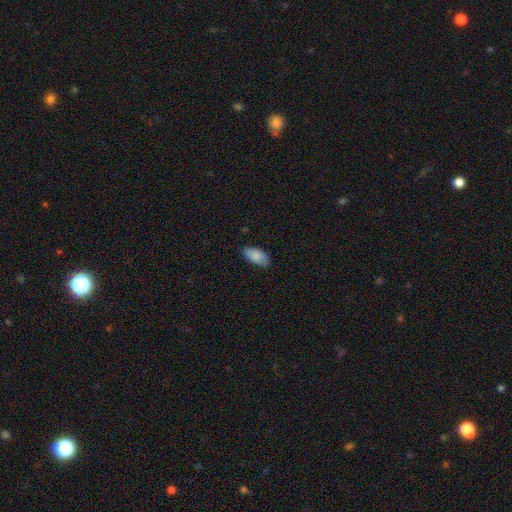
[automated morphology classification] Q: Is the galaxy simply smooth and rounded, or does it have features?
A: smooth — 86%.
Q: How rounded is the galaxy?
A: in between — 94%.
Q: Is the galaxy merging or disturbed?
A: none — 80%.